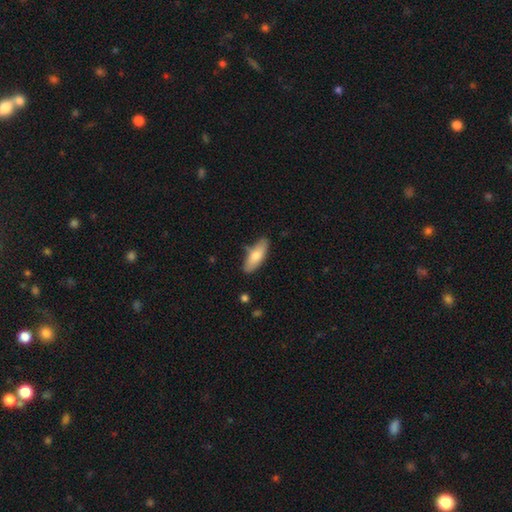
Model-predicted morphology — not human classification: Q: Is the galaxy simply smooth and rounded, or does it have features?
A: smooth — 76%.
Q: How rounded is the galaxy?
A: in between — 65%.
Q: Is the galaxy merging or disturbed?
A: none — 77%.